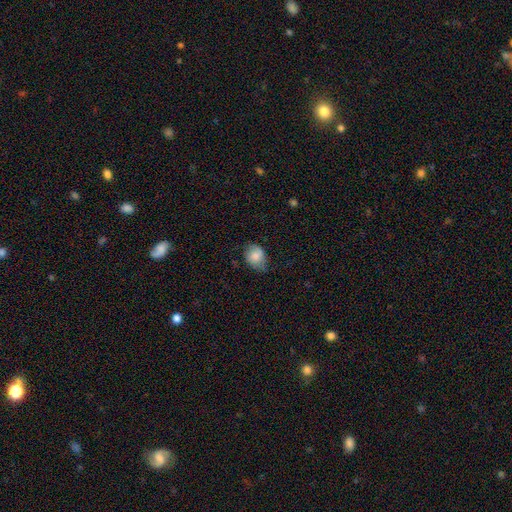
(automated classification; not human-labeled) smooth-or-featured: smooth: 77% | featured or disk: 15% | star or artifact: 8%
  how-rounded: in between: 58% | round: 41% | cigar-shaped: 1%
  merging: none: 58% | minor disturbance: 32% | major disturbance: 9% | merger: 1%